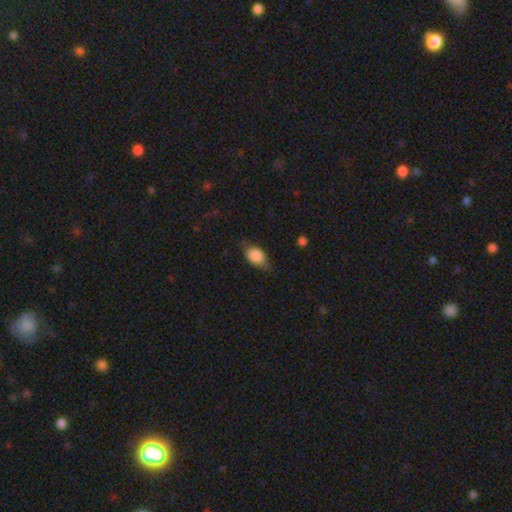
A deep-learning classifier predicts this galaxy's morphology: The model was most divided on "merging": none: 64%, minor disturbance: 26%, major disturbance: 8%, merger: 1%. More confident: how rounded — in between (79%); smooth or featured — smooth (77%).